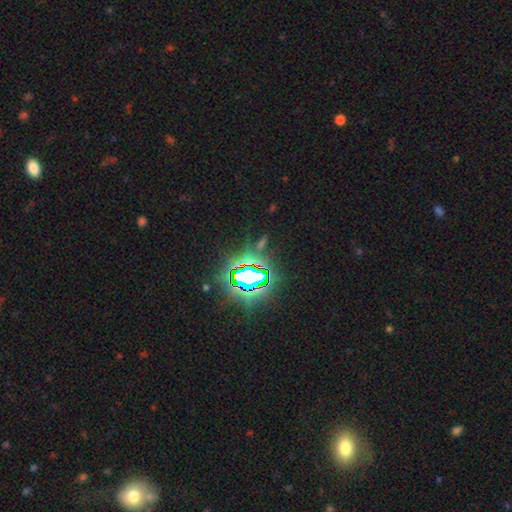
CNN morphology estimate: Smooth or featured? star or artifact (83%)